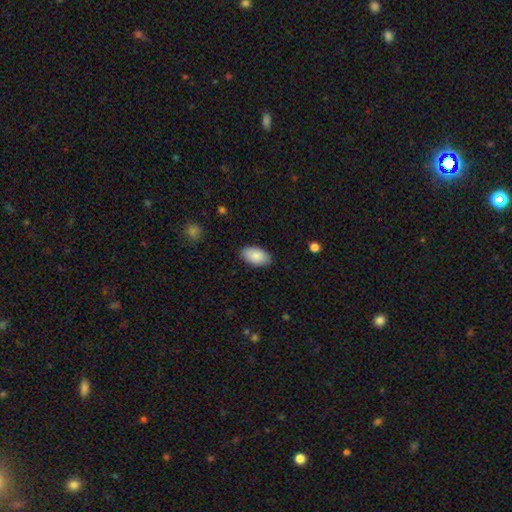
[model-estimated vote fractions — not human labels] Smooth or featured?
  - smooth: 88% *
  - featured or disk: 6%
  - star or artifact: 6%
How rounded?
  - in between: 95% *
  - round: 3%
  - cigar-shaped: 2%
Merging?
  - none: 87% *
  - minor disturbance: 10%
  - major disturbance: 2%
  - merger: 1%